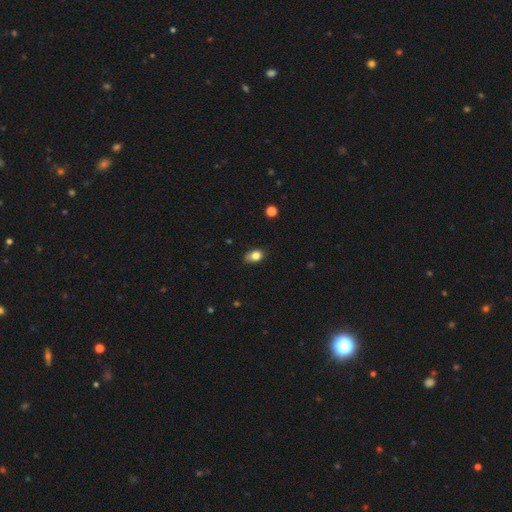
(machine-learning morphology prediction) This appears to be a smooth galaxy with no disk features (82%) that is in between round and cigar-shaped (79%). Merging: none (72%).